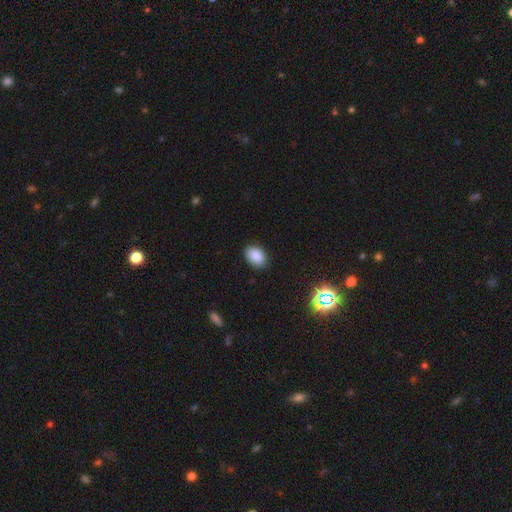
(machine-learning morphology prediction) This is clearly a smooth galaxy (87%). How rounded: clearly in between (84%). Merging: clearly none (86%).